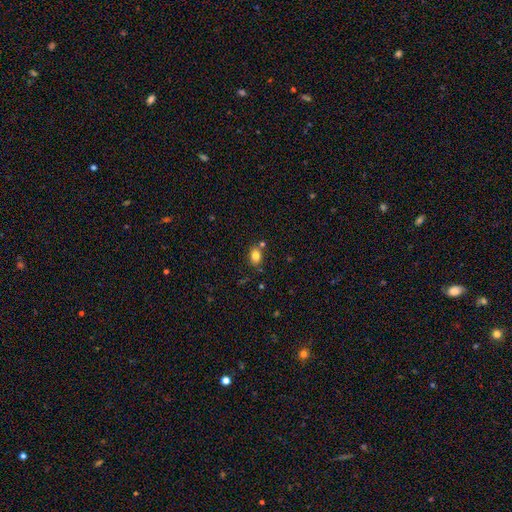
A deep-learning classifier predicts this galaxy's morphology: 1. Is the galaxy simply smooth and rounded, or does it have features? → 81% smooth, 11% star or artifact, 8% featured or disk.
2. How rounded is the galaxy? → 73% in between, 26% round, 1% cigar-shaped.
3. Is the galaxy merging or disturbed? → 73% none, 12% minor disturbance, 12% merger, 3% major disturbance.